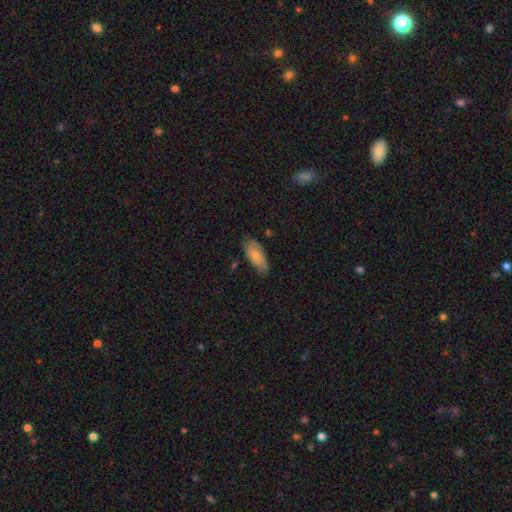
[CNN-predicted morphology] This is likely a smooth galaxy (76%). How rounded: clearly in between (89%). Merging: likely none (67%).